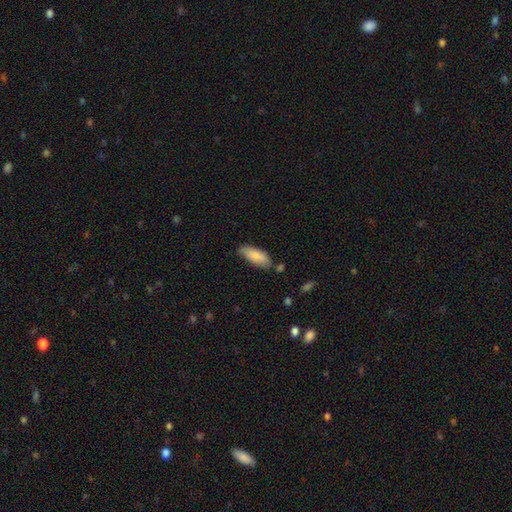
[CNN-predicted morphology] type=smooth (84%); roundness=in between (75%); merging=none (68%).